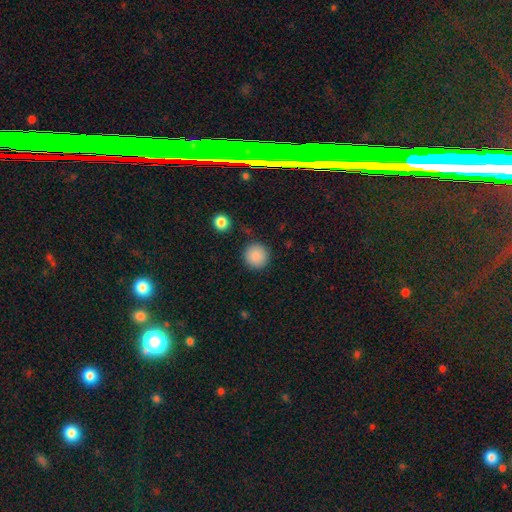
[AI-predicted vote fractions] smooth_or_featured: smooth (p=0.88) [alt: star or artifact p=0.08]
how_rounded: round (p=0.95) [alt: in between p=0.04]
merging: none (p=0.88) [alt: minor disturbance p=0.07]